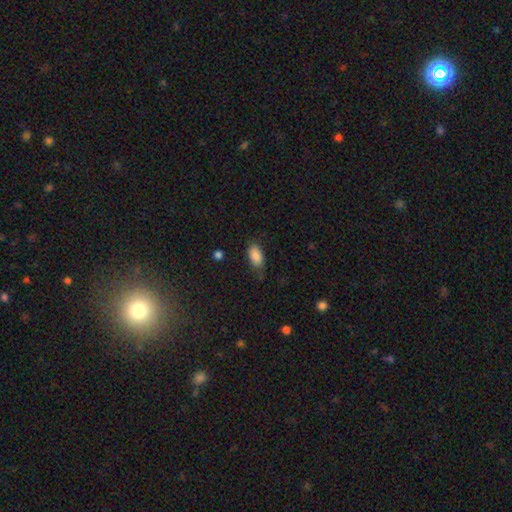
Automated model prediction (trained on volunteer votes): Q: Smooth or featured?
A: smooth (87%); runner-up: star or artifact (7%)
Q: How rounded?
A: in between (92%); runner-up: cigar-shaped (4%)
Q: Merging?
A: none (72%); runner-up: minor disturbance (21%)